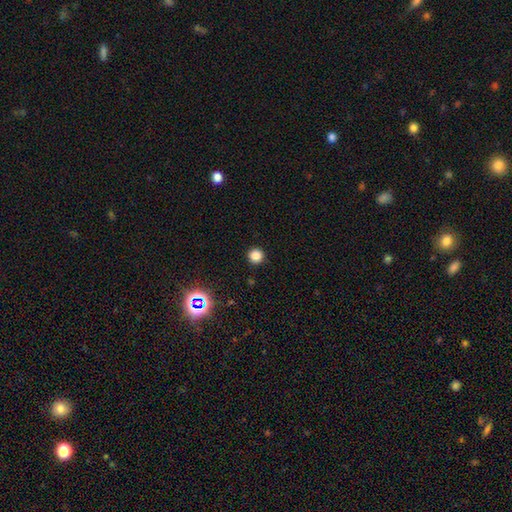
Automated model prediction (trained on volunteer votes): The model was most divided on "smooth or featured": smooth: 82%, star or artifact: 14%, featured or disk: 3%. More confident: how rounded — round (96%); merging — none (92%).